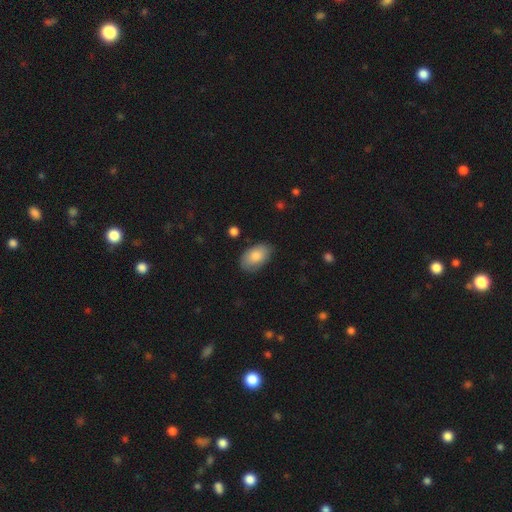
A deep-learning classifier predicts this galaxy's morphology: smooth 83%, featured or disk 11%, star or artifact 6%. Down the decision tree: how rounded — in between (93%); merging — none (79%).